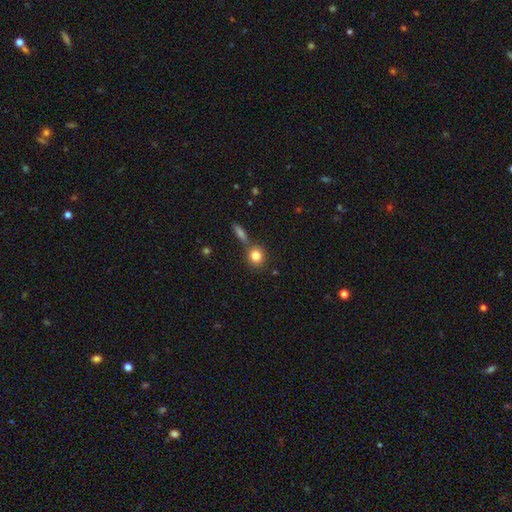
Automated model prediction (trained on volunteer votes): Smooth or featured? smooth (83%)
How rounded? round (81%)
Merging? none (68%)